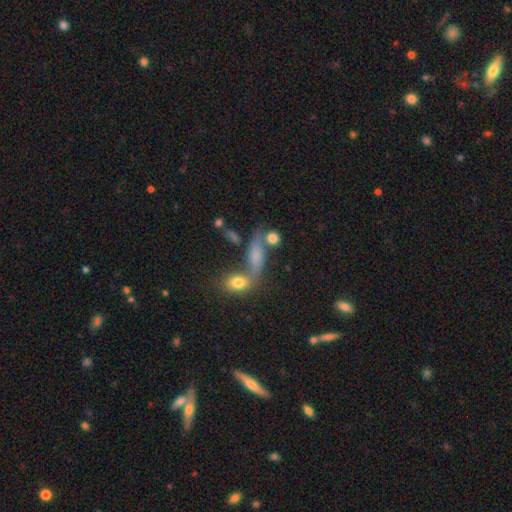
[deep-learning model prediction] Morphology: type=smooth (62%); roundness=in between (55%); merging=none (40%).